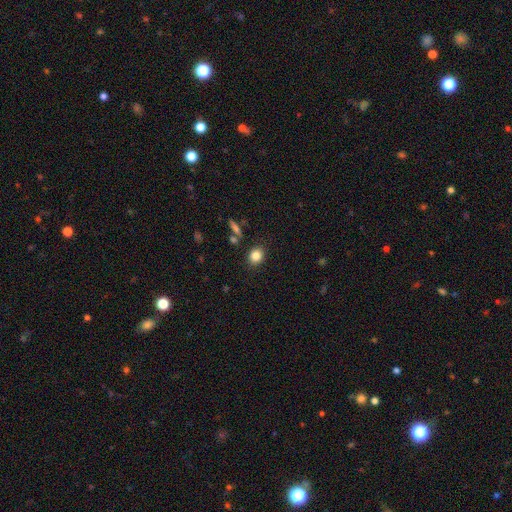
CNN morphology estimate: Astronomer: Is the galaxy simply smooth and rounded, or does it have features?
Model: smooth — 83%.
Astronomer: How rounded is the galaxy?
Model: round — 59% (runner-up: in between, 39%).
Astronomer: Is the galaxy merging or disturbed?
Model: none — 85%.